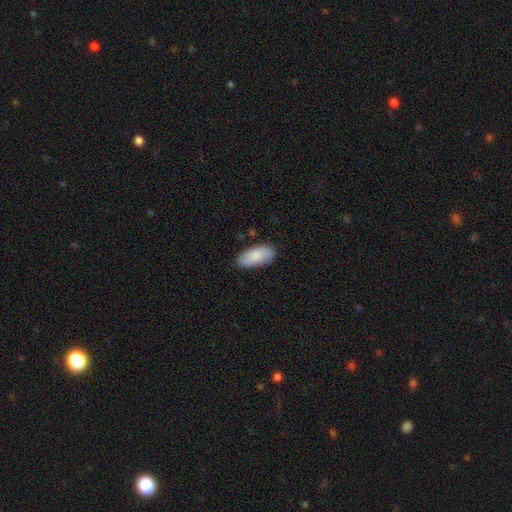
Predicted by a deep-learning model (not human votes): Overall: smooth (85%). How rounded: in between (90%). Merging: none (83%).